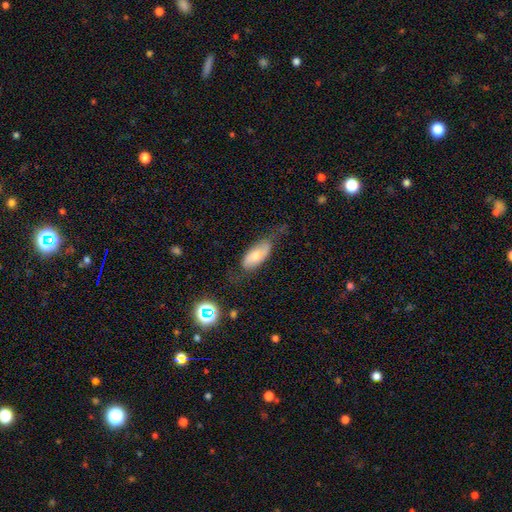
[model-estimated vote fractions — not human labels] A smooth galaxy with no disk features (62%) that is in between round and cigar-shaped (86%). Merging: none (56%).